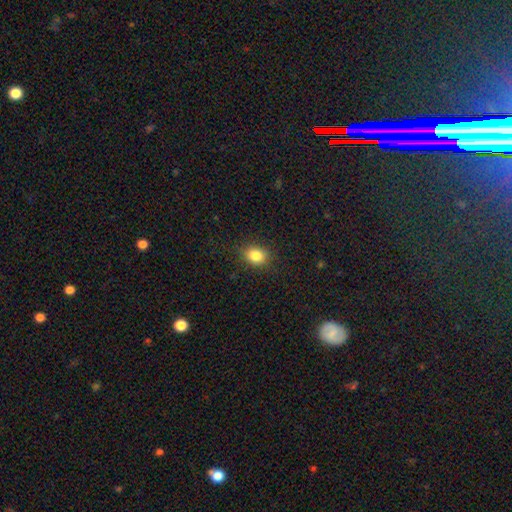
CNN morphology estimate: This appears to be a smooth galaxy with no disk features (84%) that is in between round and cigar-shaped (55%). Merging: none (86%).